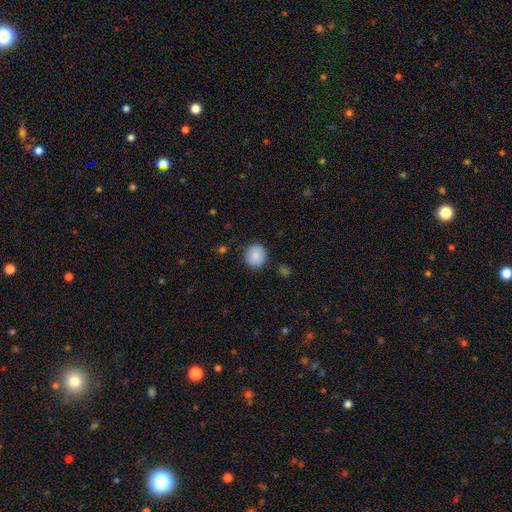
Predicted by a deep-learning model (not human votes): smooth-or-featured: smooth: 87% | star or artifact: 8% | featured or disk: 5%
  how-rounded: round: 88% | in between: 11% | cigar-shaped: 1%
  merging: none: 87% | minor disturbance: 9% | major disturbance: 2% | merger: 2%